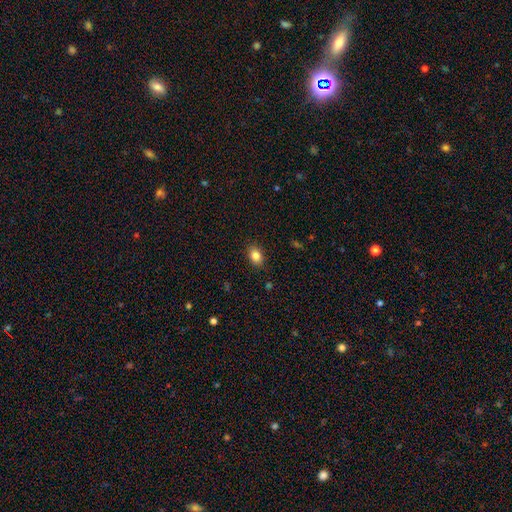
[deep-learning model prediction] smooth 84%, star or artifact 10%, featured or disk 6%. Down the decision tree: how rounded — in between (72%); merging — none (87%).